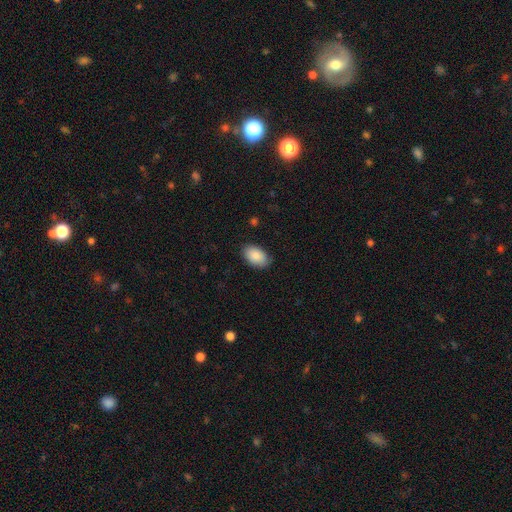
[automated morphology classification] A smooth galaxy with no disk features (88%) that is in between round and cigar-shaped (93%). Merging: none (81%).